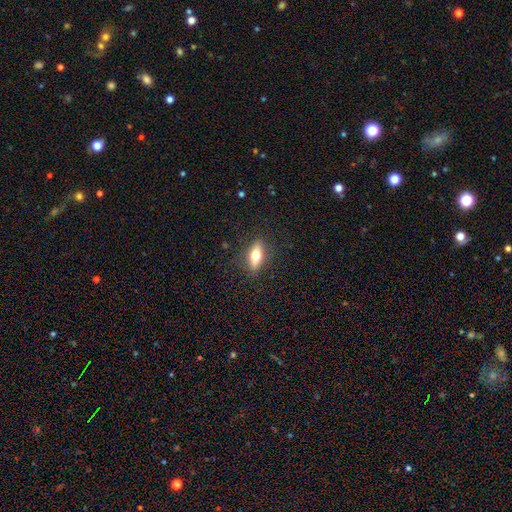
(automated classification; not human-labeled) This appears to be a smooth galaxy with no disk features (63%) that is in between round and cigar-shaped (64%). Merging: none (86%).